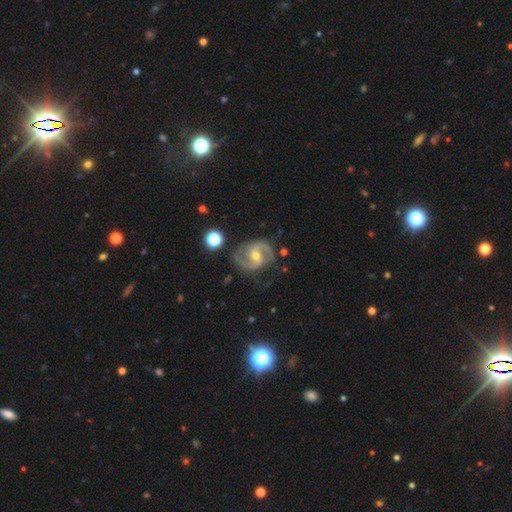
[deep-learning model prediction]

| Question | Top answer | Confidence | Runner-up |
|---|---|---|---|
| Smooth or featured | featured or disk | 90% | star or artifact (5%) |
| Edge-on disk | no | 98% | yes (2%) |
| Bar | weak | 47% | no (32%) |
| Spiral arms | yes | 98% | no (2%) |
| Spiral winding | medium | 62% | loose (20%) |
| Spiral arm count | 2 | 93% | can't tell (2%) |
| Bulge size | moderate | 50% | small (47%) |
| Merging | none | 79% | minor disturbance (14%) |